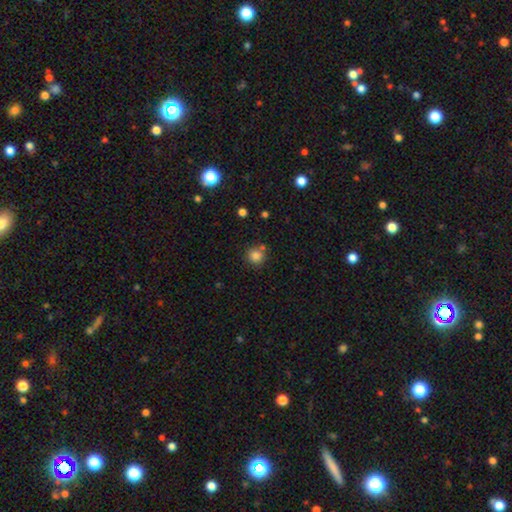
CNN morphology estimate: Smooth or featured? smooth (83%)
How rounded? round (91%)
Merging? none (73%)